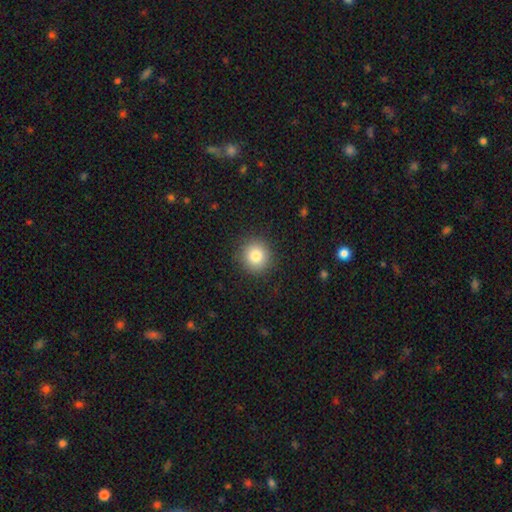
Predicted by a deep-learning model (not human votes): Smooth or featured? Predicted: smooth (p=0.83). How rounded? Predicted: round (p=0.93). Merging? Predicted: none (p=0.90).